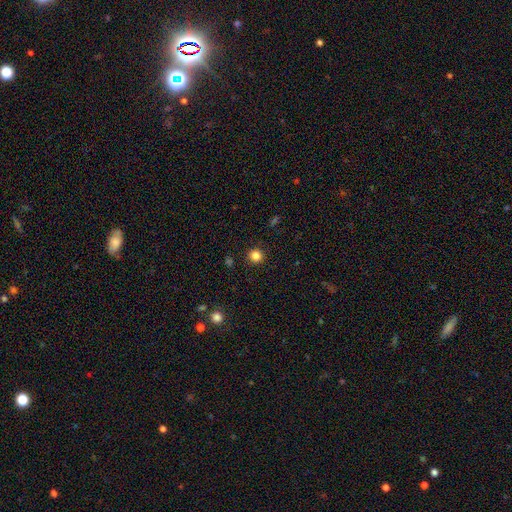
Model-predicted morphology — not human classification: smooth-or-featured: smooth: 84% | star or artifact: 12% | featured or disk: 4%
  how-rounded: round: 94% | in between: 5% | cigar-shaped: 1%
  merging: none: 92% | minor disturbance: 5% | major disturbance: 2% | merger: 1%